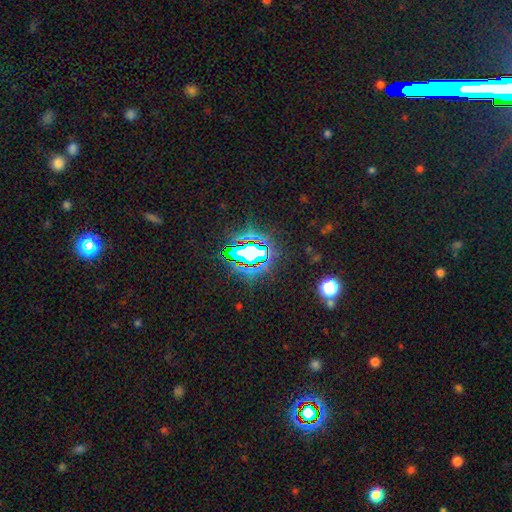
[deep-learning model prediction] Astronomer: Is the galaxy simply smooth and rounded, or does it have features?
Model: star or artifact — 73%.